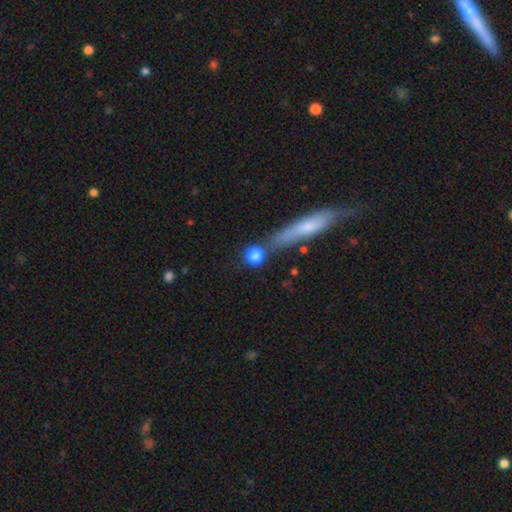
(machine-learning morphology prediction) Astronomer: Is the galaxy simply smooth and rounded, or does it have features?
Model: smooth — 83%.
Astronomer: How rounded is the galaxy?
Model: round — 84%.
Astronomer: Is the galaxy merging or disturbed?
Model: none — 62%.